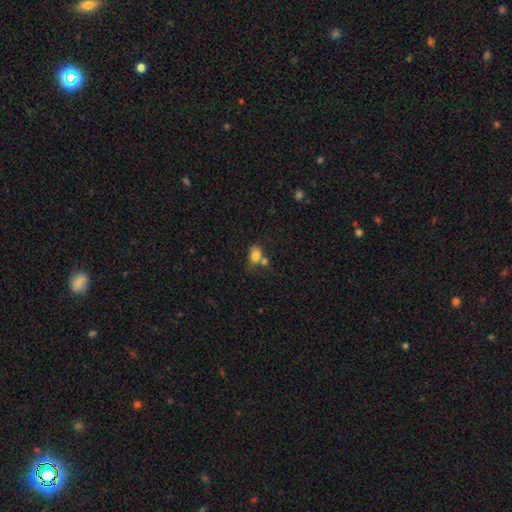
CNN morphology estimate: smooth 79%, star or artifact 10%, featured or disk 10%. Down the decision tree: how rounded — in between (77%); merging — none (40%).